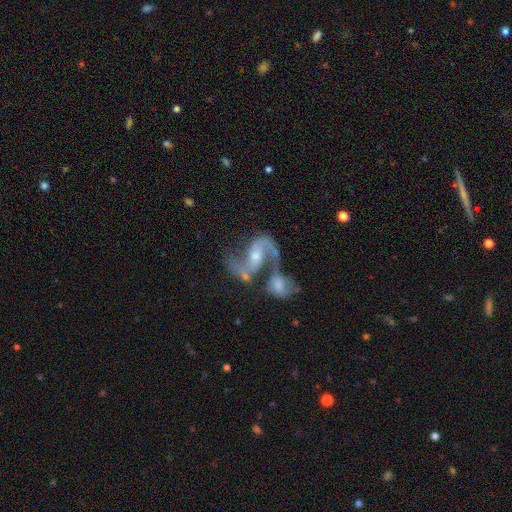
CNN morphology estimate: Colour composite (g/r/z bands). It shows a featured or disk galaxy (87%) with a weak bar (43%), 2 (88%) loose (52%) spiral arms (95%) and a moderate central bulge (50%). Merging: merger (50%).